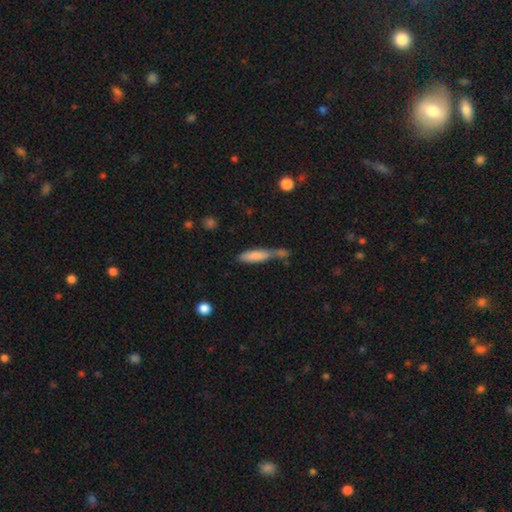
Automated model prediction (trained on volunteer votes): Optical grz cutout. It shows a smooth galaxy with no disk features (79%) that is cigar-shaped (74%). Merging: merger (38%).